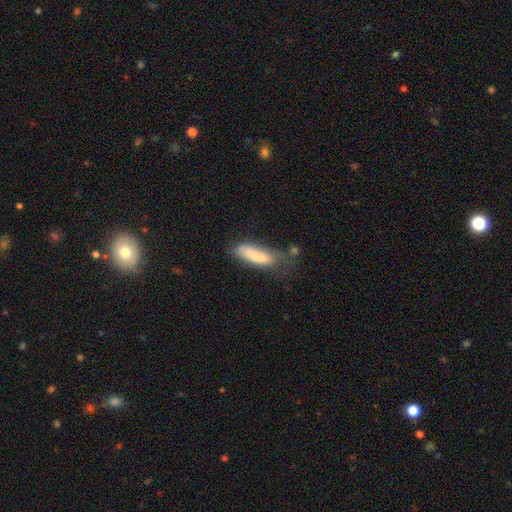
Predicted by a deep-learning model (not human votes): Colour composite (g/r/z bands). It shows a smooth galaxy with no disk features (78%) that is cigar-shaped (50%). Merging: none (37%).